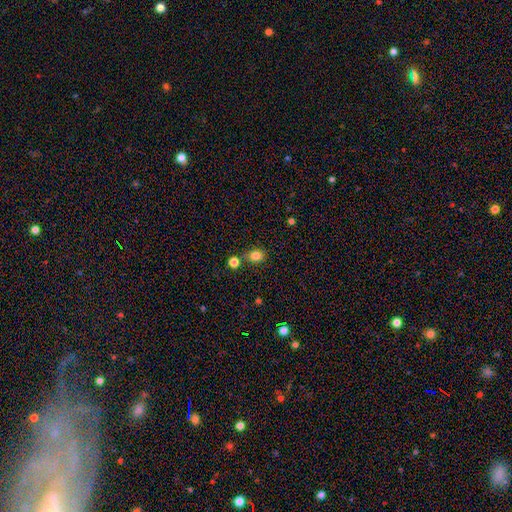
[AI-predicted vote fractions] This is clearly a smooth galaxy (82%). How rounded: possibly round (53%). Merging: likely none (70%).